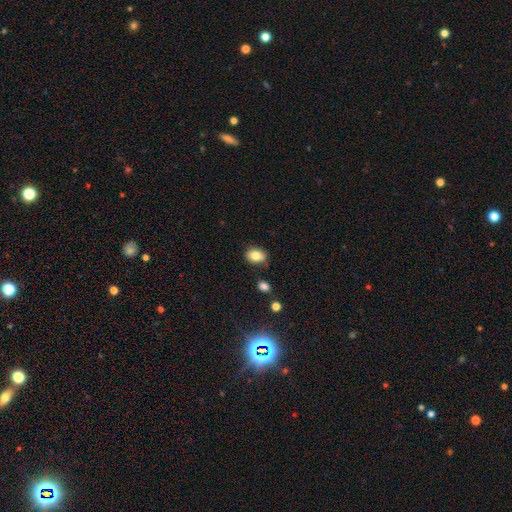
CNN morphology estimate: Smooth or featured? Predicted: smooth (p=0.81). How rounded? Predicted: in between (p=0.67). Merging? Predicted: none (p=0.75).